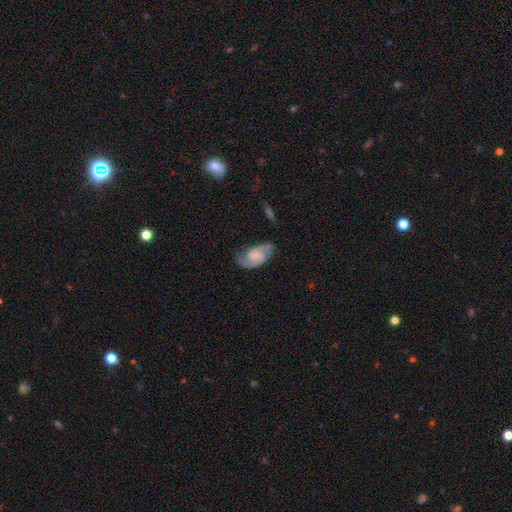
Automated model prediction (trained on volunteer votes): This appears to be a featured or disk galaxy (78%) with a weak bar (45%), 2 (90%) medium (52%) spiral arms (96%) and no central bulge (39%). Merging: none (74%).